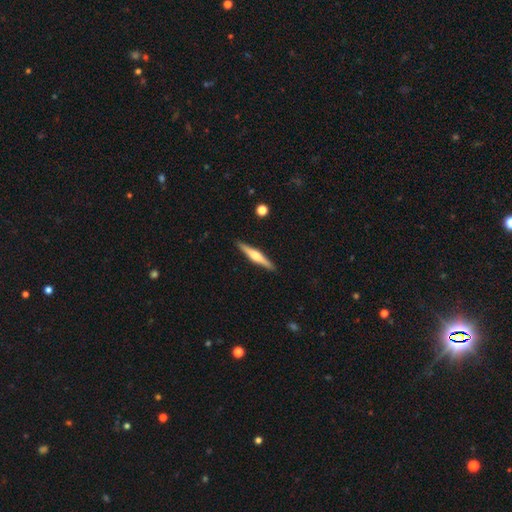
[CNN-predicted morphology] smooth_or_featured: featured or disk (p=0.66) [alt: smooth p=0.29]
disk_edge_on: yes (p=0.98) [alt: no p=0.02]
edge_on_bulge: rounded (p=0.85) [alt: boxy p=0.10]
merging: none (p=0.91) [alt: minor disturbance p=0.06]